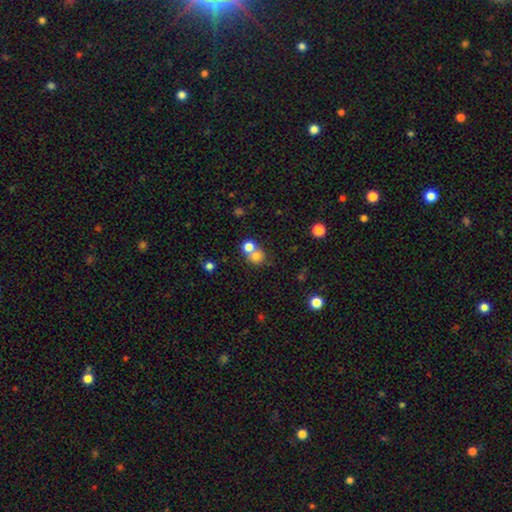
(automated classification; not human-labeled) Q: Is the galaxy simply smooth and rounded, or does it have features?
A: smooth — 75%.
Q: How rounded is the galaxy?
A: round — 82%.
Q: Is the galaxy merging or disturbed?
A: merger — 50%.